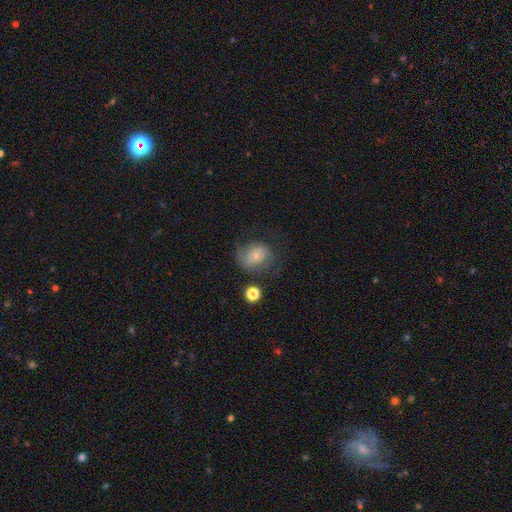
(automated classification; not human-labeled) The model was most divided on "smooth or featured": smooth: 50%, featured or disk: 40%, star or artifact: 10%. Remaining: merging — none (49%).